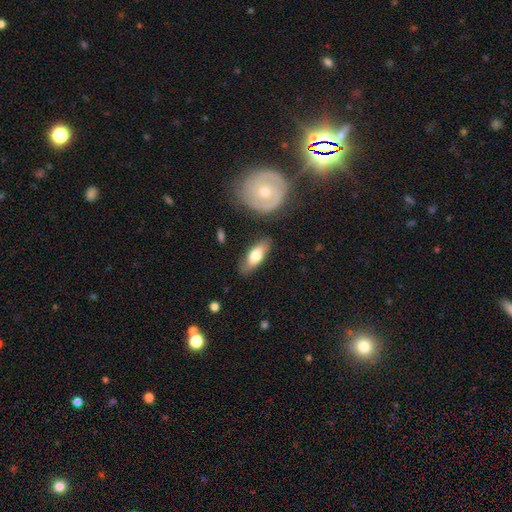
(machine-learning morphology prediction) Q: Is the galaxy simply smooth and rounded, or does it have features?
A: smooth — 68%.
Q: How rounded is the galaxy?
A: in between — 71%.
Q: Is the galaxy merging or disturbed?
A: none — 80%.